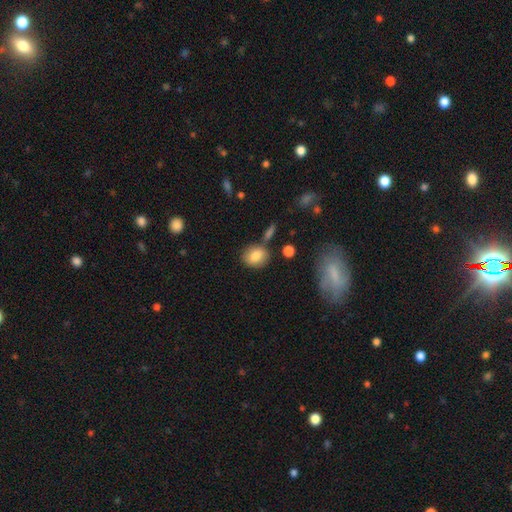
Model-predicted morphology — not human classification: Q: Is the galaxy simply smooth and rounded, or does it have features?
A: smooth — 82%.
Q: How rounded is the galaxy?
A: round — 54%.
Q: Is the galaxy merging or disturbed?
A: none — 73%.